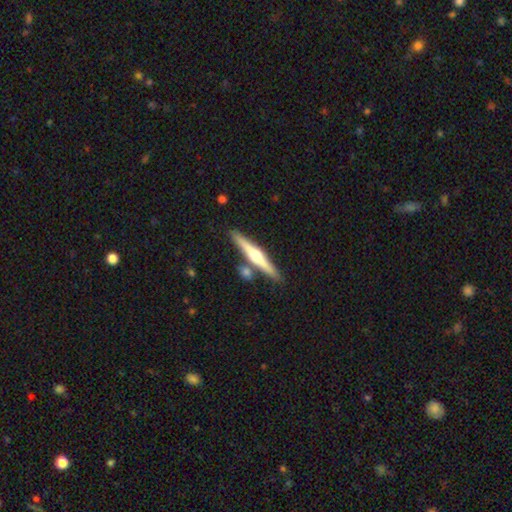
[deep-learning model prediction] smooth_or_featured: featured or disk (p=0.64) [alt: smooth p=0.31]
disk_edge_on: yes (p=0.97) [alt: no p=0.03]
edge_on_bulge: rounded (p=0.89) [alt: none p=0.06]
merging: none (p=0.80) [alt: merger p=0.09]